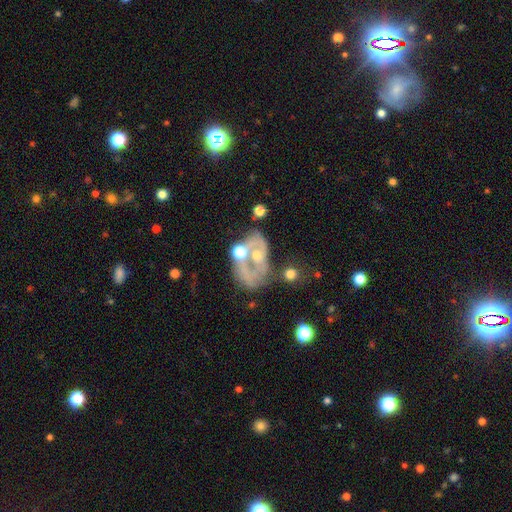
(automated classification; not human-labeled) A featured or disk galaxy (64%) with no bar (76%), no spiral arms (68%) and a moderate central bulge (50%).

Vote fractions:
- Smooth or featured? featured or disk: 64% / smooth: 24% / star or artifact: 12%
- Edge-on disk? no: 95% / yes: 5%
- Bar? no: 76% / weak: 16% / strong: 8%
- Spiral arms? no: 68% / yes: 32%
- Bulge size? moderate: 50% / small: 33% / none: 11% / large: 5% / dominant: 2%
- Merging? none: 32% / merger: 26% / major disturbance: 24% / minor disturbance: 17%